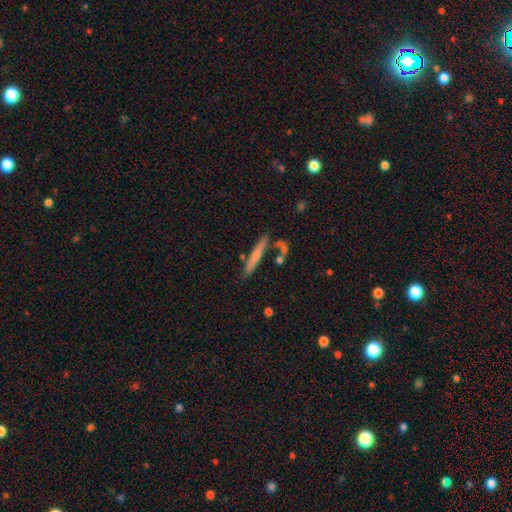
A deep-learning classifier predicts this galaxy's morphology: Smooth or featured? Predicted: smooth (p=0.53). How rounded? Predicted: cigar-shaped (p=0.93). Merging? Predicted: none (p=0.72).